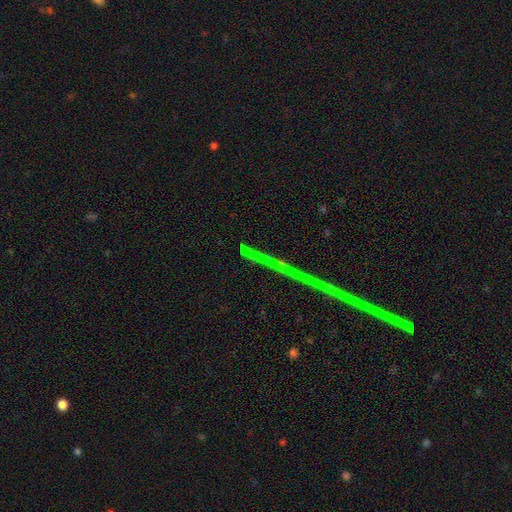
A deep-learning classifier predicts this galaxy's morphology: The model was most divided on "smooth or featured": star or artifact: 74%, featured or disk: 15%, smooth: 10%.